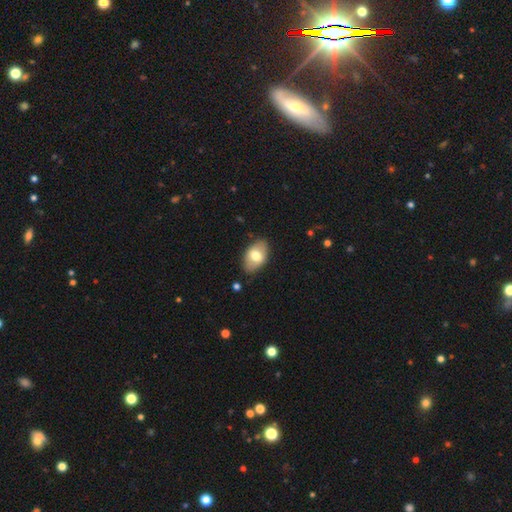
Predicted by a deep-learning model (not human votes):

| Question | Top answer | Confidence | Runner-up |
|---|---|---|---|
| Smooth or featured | smooth | 66% | featured or disk (28%) |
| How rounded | in between | 89% | round (9%) |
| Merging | none | 81% | minor disturbance (14%) |